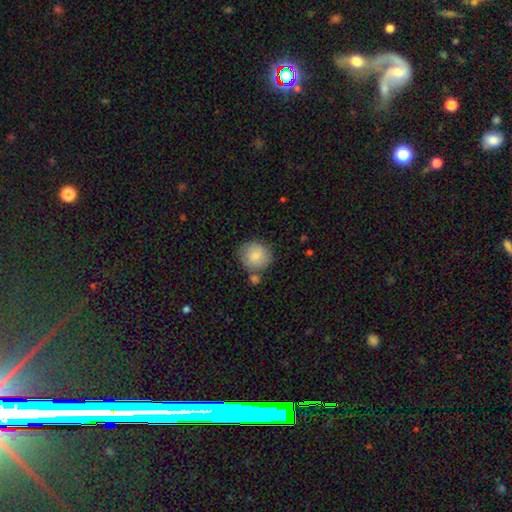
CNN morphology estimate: smooth_or_featured: smooth (p=0.86) [alt: featured or disk p=0.07]
how_rounded: round (p=0.87) [alt: in between p=0.12]
merging: none (p=0.69) [alt: minor disturbance p=0.14]